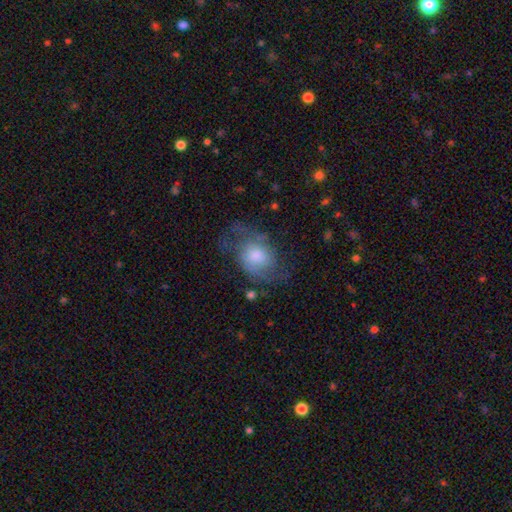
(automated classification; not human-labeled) This is possibly a featured or disk galaxy (54%). It is clearly not viewed edge-on (96%). Bar: likely no (68%). Spiral arm pattern: clearly yes (81%). Central bulge: marginally moderate (44%). Merging: possibly none (55%).